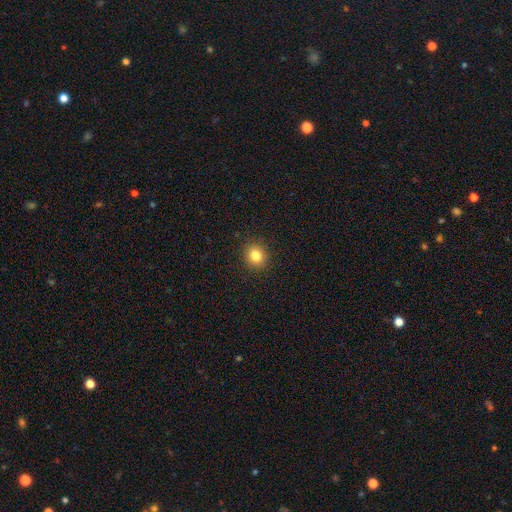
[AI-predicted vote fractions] Smooth or featured? smooth (83%)
How rounded? round (80%)
Merging? none (91%)